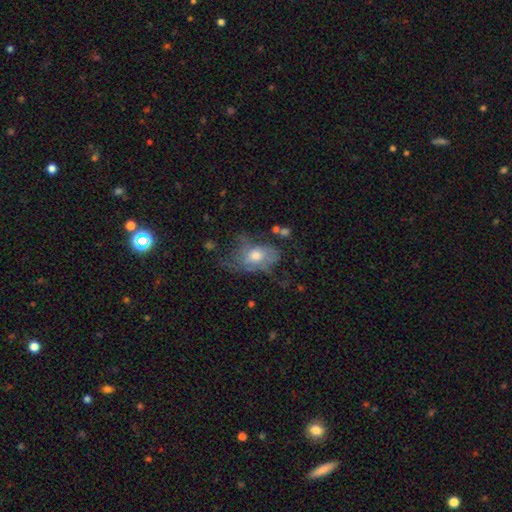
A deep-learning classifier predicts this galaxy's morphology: Smooth or featured?
  - featured or disk: 48% *
  - smooth: 43%
  - star or artifact: 9%
Merging?
  - none: 35% *
  - major disturbance: 33%
  - minor disturbance: 28%
  - merger: 4%